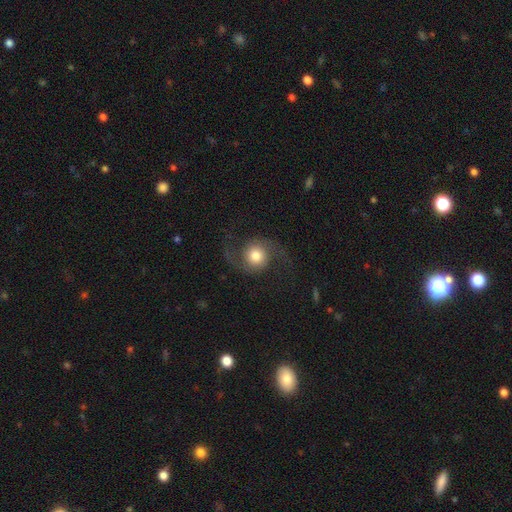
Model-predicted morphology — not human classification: featured or disk 72%, smooth 20%, star or artifact 8%. Down the decision tree: edge-on disk — no (97%); bar — no (73%); spiral arms — yes (95%); spiral arm count — 2 (94%); spiral winding — loose (69%); bulge size — moderate (44%); merging — none (73%).